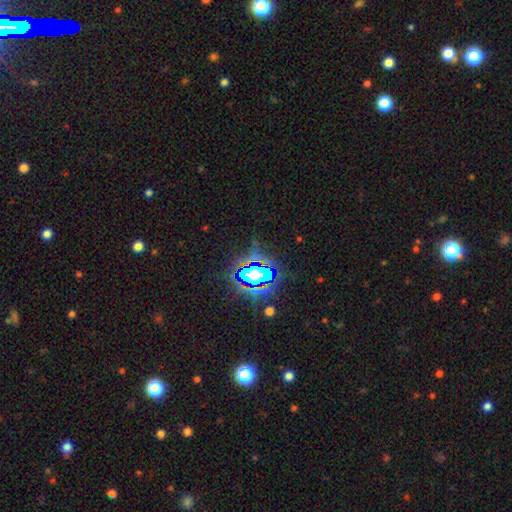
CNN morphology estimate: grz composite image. It shows a star or artifact, not a galaxy (80%).